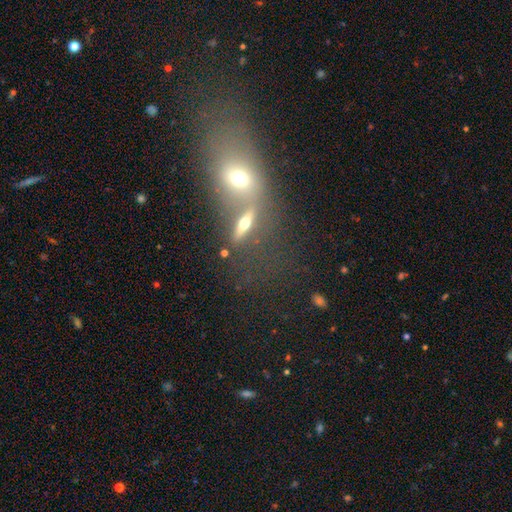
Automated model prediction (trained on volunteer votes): smooth-or-featured: smooth: 46% | featured or disk: 29% | star or artifact: 25%
  merging: merger: 61% | none: 24% | major disturbance: 8% | minor disturbance: 7%